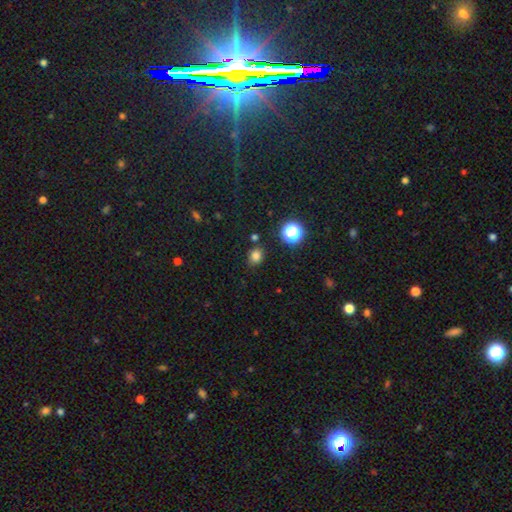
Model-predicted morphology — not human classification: The model was most divided on "how rounded": round: 64%, in between: 35%, cigar-shaped: 1%. More confident: merging — none (81%); smooth or featured — smooth (78%).